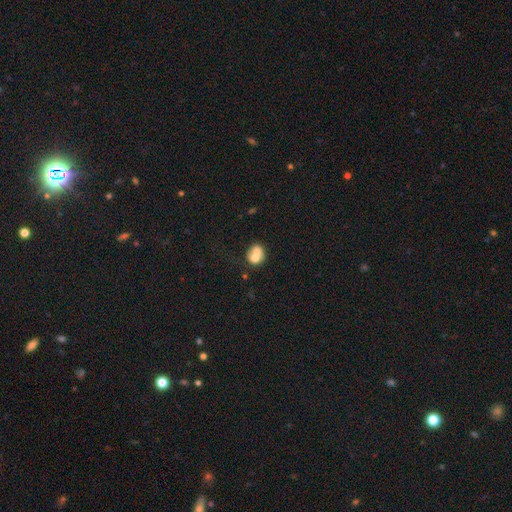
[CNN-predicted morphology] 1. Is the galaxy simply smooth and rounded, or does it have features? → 66% smooth, 25% featured or disk, 9% star or artifact.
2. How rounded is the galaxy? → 64% round, 35% in between, 1% cigar-shaped.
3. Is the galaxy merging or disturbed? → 61% merger, 26% none, 9% minor disturbance, 5% major disturbance.